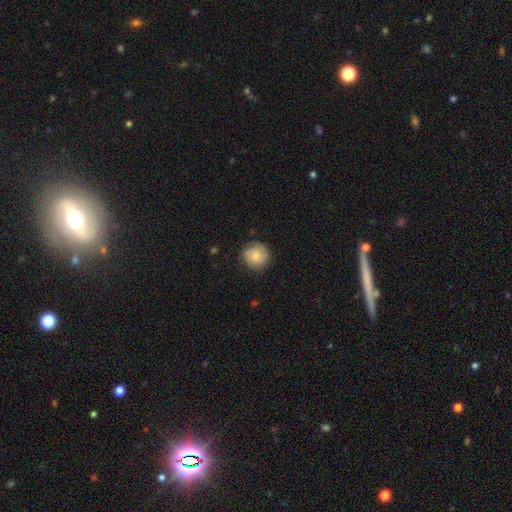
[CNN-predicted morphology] A smooth galaxy with no disk features (73%) that is round (92%). Merging: none (81%).